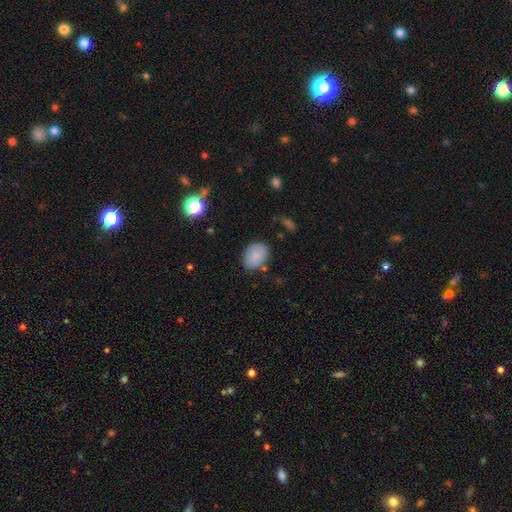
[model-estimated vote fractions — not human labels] smooth-or-featured: smooth: 85% | star or artifact: 8% | featured or disk: 7%
  how-rounded: in between: 63% | round: 36% | cigar-shaped: 1%
  merging: none: 77% | minor disturbance: 16% | major disturbance: 4% | merger: 3%